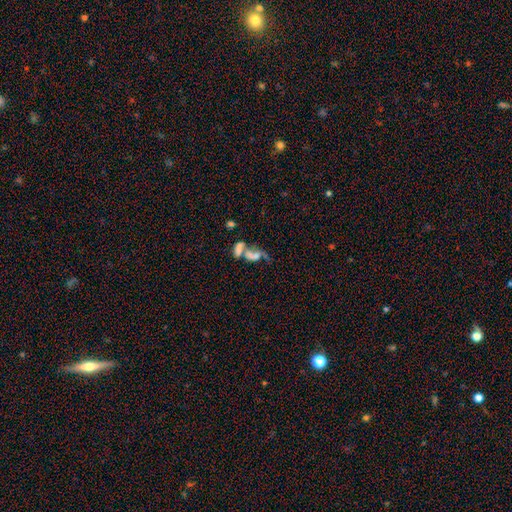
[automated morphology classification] This is marginally a featured or disk galaxy (43%). Merging: likely merger (62%).